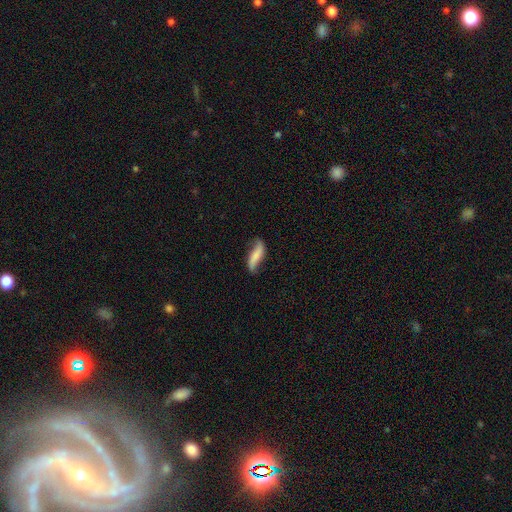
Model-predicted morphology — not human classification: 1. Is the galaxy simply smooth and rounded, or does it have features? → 47% featured or disk, 45% smooth, 8% star or artifact.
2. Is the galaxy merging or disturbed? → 63% none, 26% minor disturbance, 9% major disturbance, 3% merger.